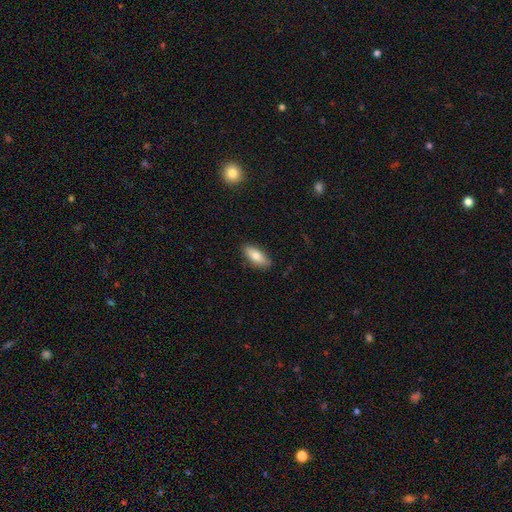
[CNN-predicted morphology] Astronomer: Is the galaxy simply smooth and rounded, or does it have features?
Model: smooth — 77%.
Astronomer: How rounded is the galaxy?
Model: in between — 80%.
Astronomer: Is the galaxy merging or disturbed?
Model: none — 85%.